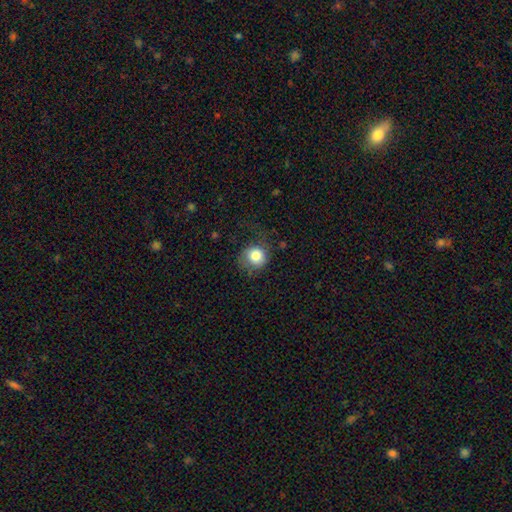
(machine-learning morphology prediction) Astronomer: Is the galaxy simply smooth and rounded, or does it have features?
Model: smooth — 81%.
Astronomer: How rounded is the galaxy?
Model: round — 85%.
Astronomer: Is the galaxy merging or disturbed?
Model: none — 61%.